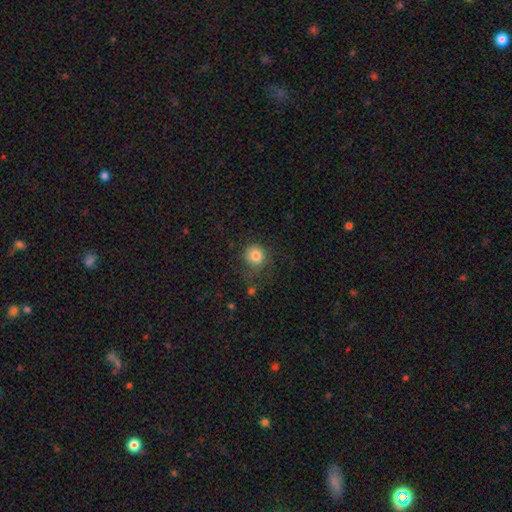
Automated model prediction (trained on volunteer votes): Smooth or featured?
  - smooth: 82% *
  - star or artifact: 11%
  - featured or disk: 7%
How rounded?
  - round: 88% *
  - in between: 11%
  - cigar-shaped: 1%
Merging?
  - none: 65% *
  - minor disturbance: 21%
  - major disturbance: 11%
  - merger: 3%